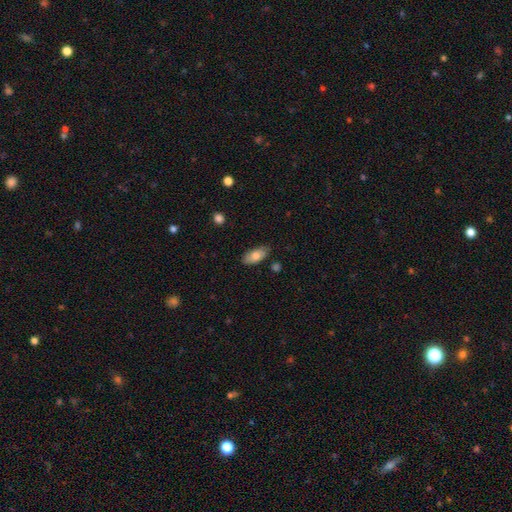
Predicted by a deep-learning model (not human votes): smooth-or-featured: smooth: 75% | featured or disk: 19% | star or artifact: 7%
  how-rounded: in between: 91% | cigar-shaped: 6% | round: 3%
  merging: none: 81% | minor disturbance: 15% | major disturbance: 2% | merger: 2%